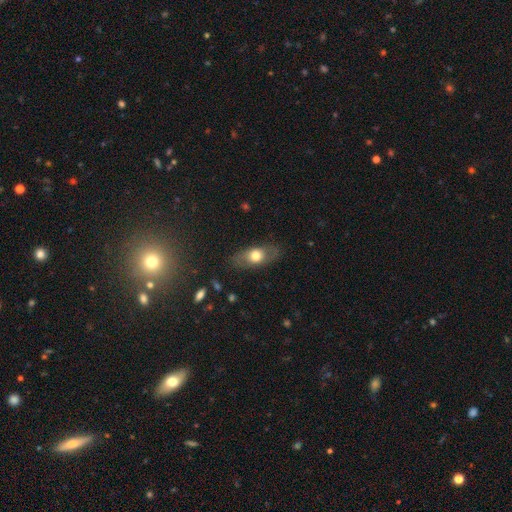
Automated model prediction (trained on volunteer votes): Overall: smooth (64%; featured or disk 28%). How rounded: in between (75%). Merging: none (78%).